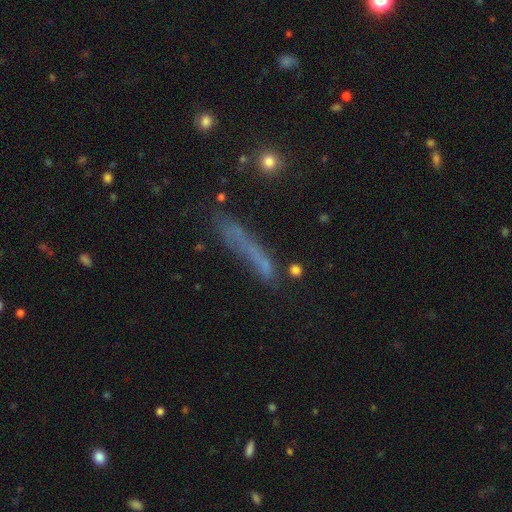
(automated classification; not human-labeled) This appears to be a smooth galaxy with no disk features (51%) that is cigar-shaped (88%). Merging: none (55%).